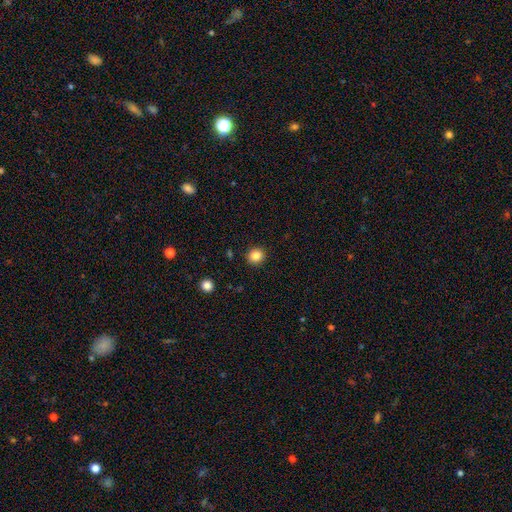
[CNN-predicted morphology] smooth 85%, star or artifact 11%, featured or disk 4%. Down the decision tree: how rounded — round (87%); merging — none (92%).